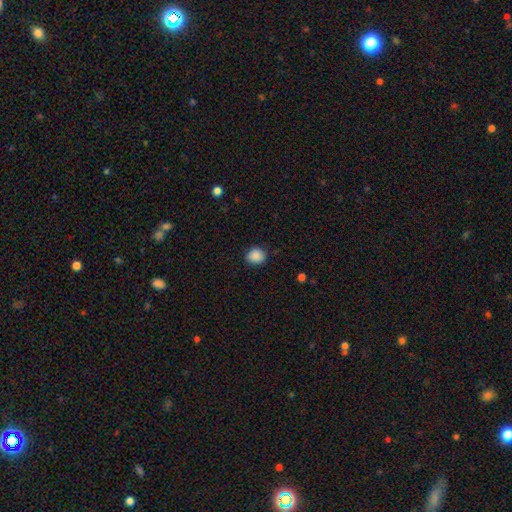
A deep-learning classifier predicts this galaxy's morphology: This is clearly a smooth galaxy (88%). How rounded: likely round (79%). Merging: clearly none (85%).